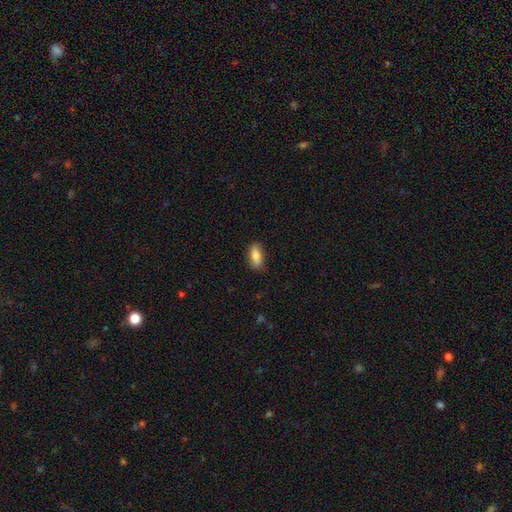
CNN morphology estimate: type=smooth (80%); roundness=in between (78%); merging=none (80%).